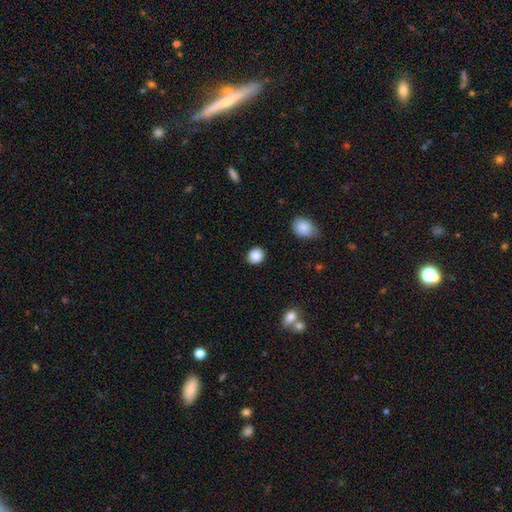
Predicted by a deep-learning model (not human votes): Morphology: type=smooth (88%); roundness=round (75%); merging=none (88%).